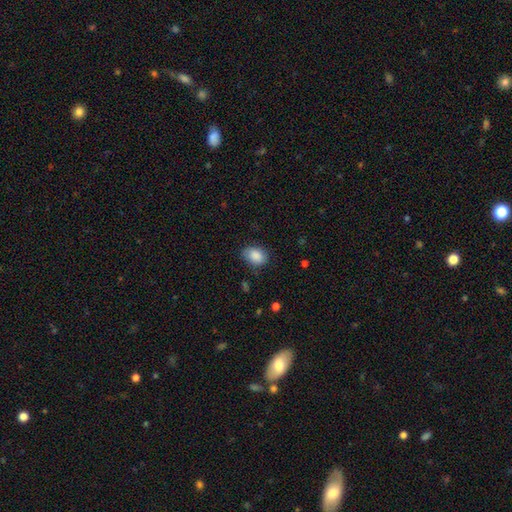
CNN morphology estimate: type=smooth (88%); roundness=in between (71%); merging=none (76%).